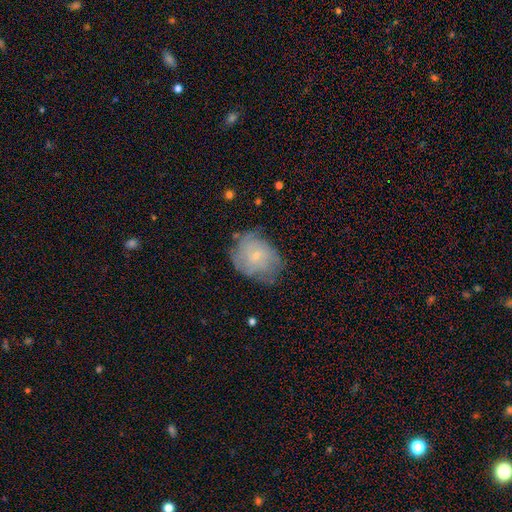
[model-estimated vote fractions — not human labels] smooth_or_featured: featured or disk (p=0.52) [alt: smooth p=0.39]
disk_edge_on: no (p=0.97) [alt: yes p=0.03]
bar: no (p=0.76) [alt: weak p=0.21]
has_spiral_arms: yes (p=0.76) [alt: no p=0.24]
bulge_size: small (p=0.80) [alt: moderate p=0.14]
merging: none (p=0.60) [alt: minor disturbance p=0.28]